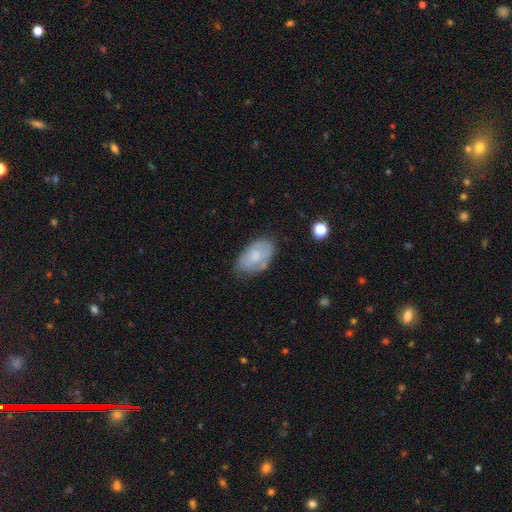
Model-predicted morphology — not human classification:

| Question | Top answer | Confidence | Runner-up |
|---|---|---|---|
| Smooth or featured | smooth | 60% | featured or disk (33%) |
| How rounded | in between | 92% | round (6%) |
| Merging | none | 61% | minor disturbance (29%) |